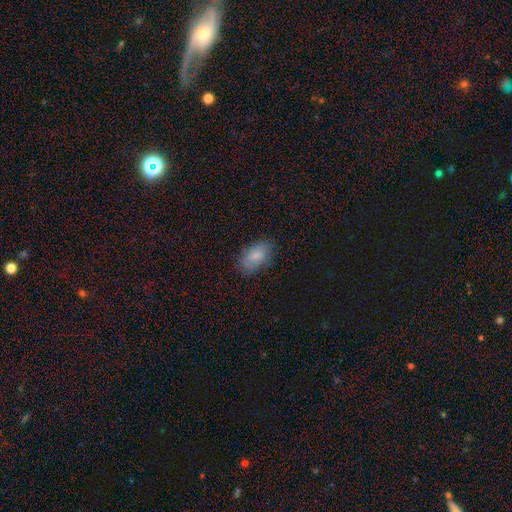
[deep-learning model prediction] Q: Smooth or featured?
A: smooth (81%); runner-up: featured or disk (12%)
Q: How rounded?
A: in between (92%); runner-up: round (6%)
Q: Merging?
A: none (78%); runner-up: minor disturbance (16%)